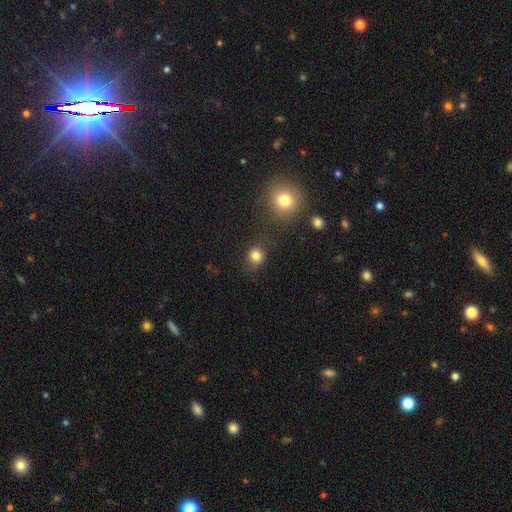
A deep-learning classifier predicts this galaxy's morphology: A smooth galaxy with no disk features (82%) that is round (85%). Merging: none (81%).